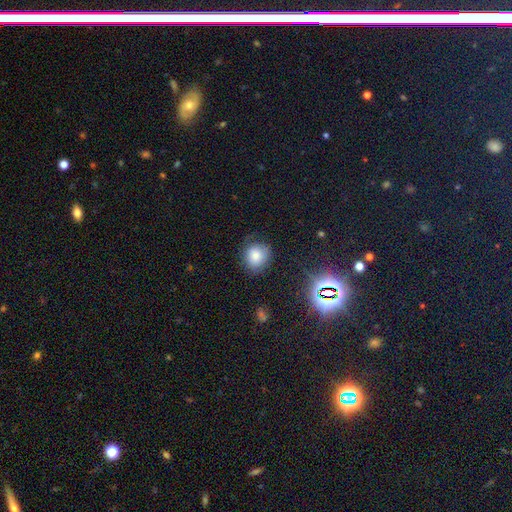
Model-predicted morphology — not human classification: smooth-or-featured: smooth: 76% | star or artifact: 12% | featured or disk: 11%
  how-rounded: round: 78% | in between: 21% | cigar-shaped: 1%
  merging: none: 68% | minor disturbance: 22% | major disturbance: 8% | merger: 2%